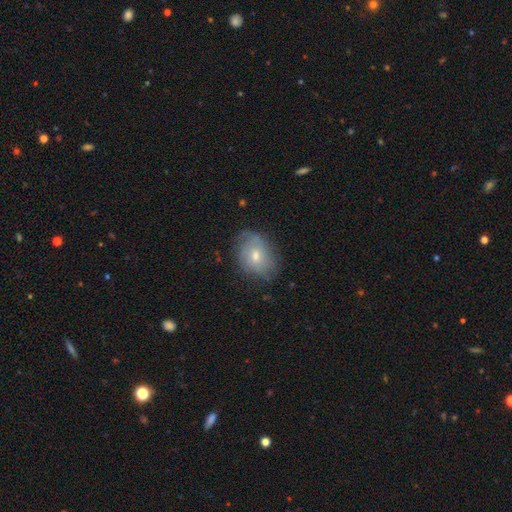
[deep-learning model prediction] The model was most divided on "smooth or featured": featured or disk: 48%, smooth: 42%, star or artifact: 10%. More confident: merging — none (69%).